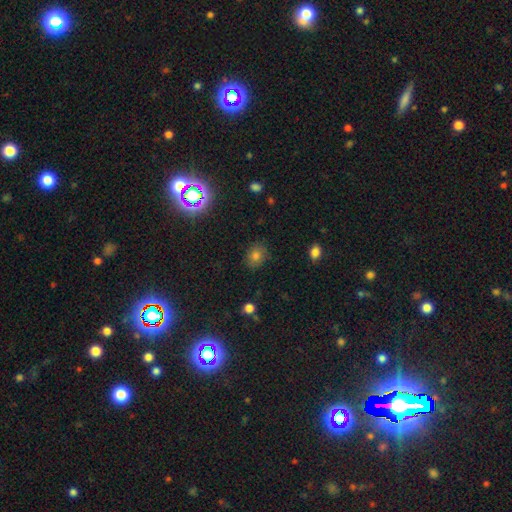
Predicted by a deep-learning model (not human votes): smooth_or_featured: smooth (p=0.75) [alt: star or artifact p=0.16]
how_rounded: round (p=0.55) [alt: in between p=0.44]
merging: none (p=0.82) [alt: minor disturbance p=0.13]